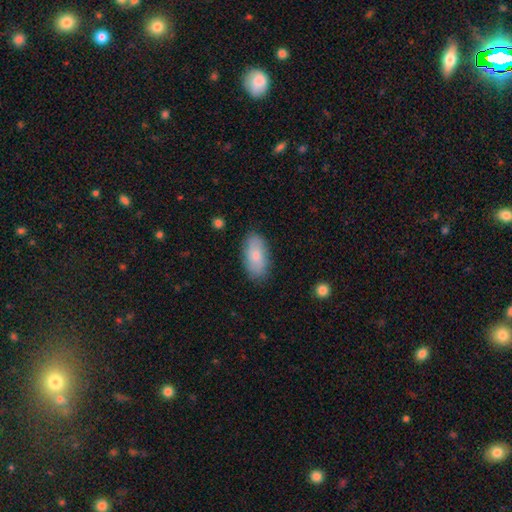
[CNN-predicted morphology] smooth_or_featured: smooth (p=0.77) [alt: featured or disk p=0.17]
how_rounded: in between (p=0.92) [alt: cigar-shaped p=0.04]
merging: none (p=0.83) [alt: minor disturbance p=0.13]